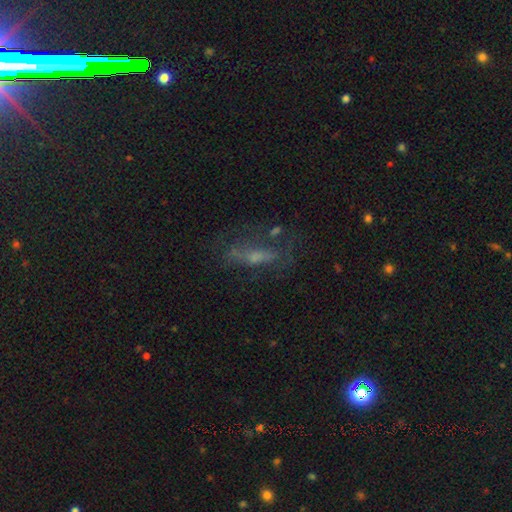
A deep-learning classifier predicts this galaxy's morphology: Smooth or featured? featured or disk (49%)
Merging? none (54%)